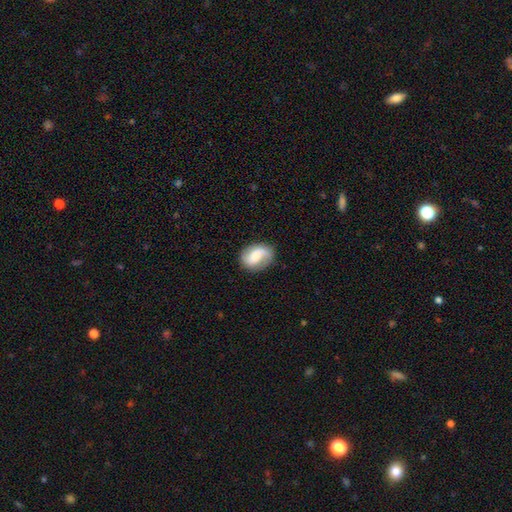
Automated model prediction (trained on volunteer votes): Smooth or featured? Predicted: featured or disk (p=0.55). Edge-on disk? Predicted: no (p=0.97). Bar? Predicted: weak (p=0.45). Spiral arms? Predicted: yes (p=0.90). Bulge size? Predicted: moderate (p=0.40). Merging? Predicted: none (p=0.78).